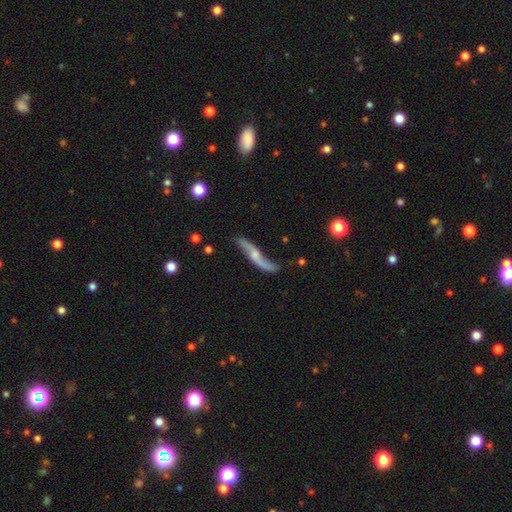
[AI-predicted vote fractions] Smooth or featured: featured or disk — 77% (smooth — 17%)
Edge-on disk: no — 65% (yes — 35%)
Merging: none — 62% (minor disturbance — 24%)